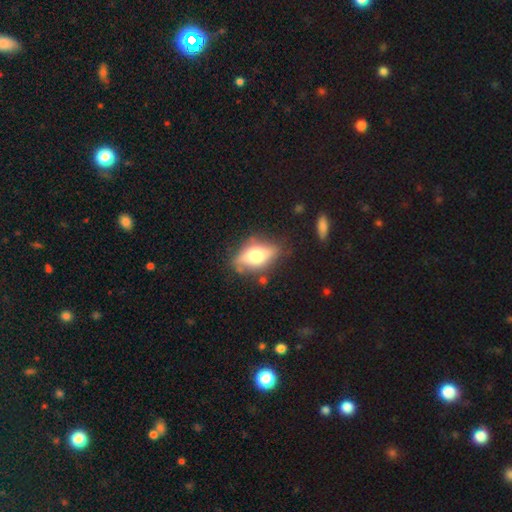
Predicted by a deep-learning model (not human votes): A smooth galaxy with no disk features (50%). Merging: none (70%).